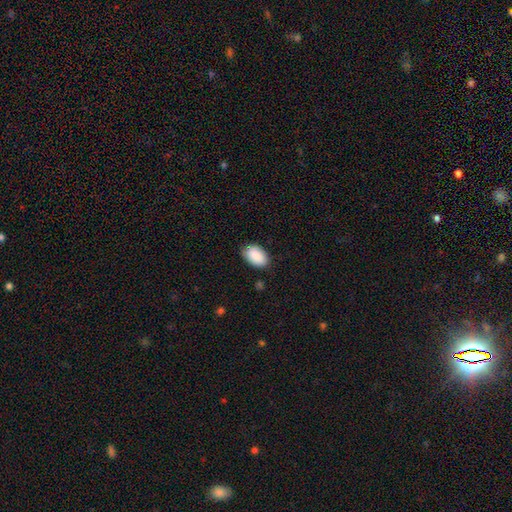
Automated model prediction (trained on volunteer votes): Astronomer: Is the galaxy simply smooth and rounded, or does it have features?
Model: smooth — 90%.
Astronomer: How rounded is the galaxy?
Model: in between — 93%.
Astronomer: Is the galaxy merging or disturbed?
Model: none — 81%.